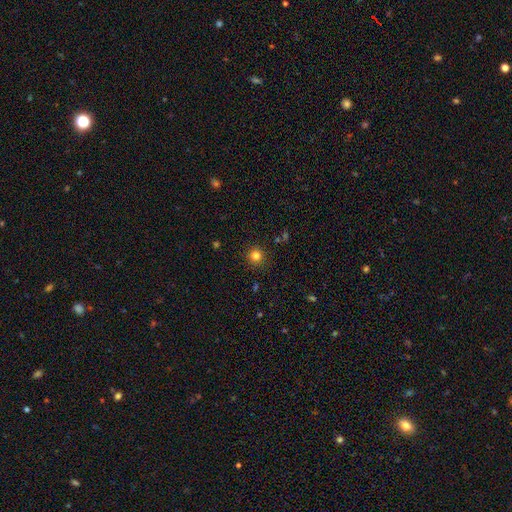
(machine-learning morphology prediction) smooth-or-featured: smooth: 81% | star or artifact: 14% | featured or disk: 5%
  how-rounded: round: 95% | in between: 4% | cigar-shaped: 1%
  merging: none: 91% | minor disturbance: 6% | major disturbance: 2% | merger: 1%